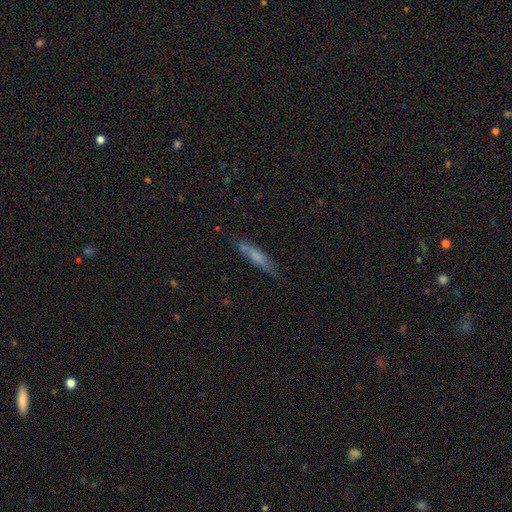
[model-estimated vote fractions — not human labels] Overall: smooth (62%; featured or disk 30%). How rounded: cigar-shaped (86%). Merging: none (72%).